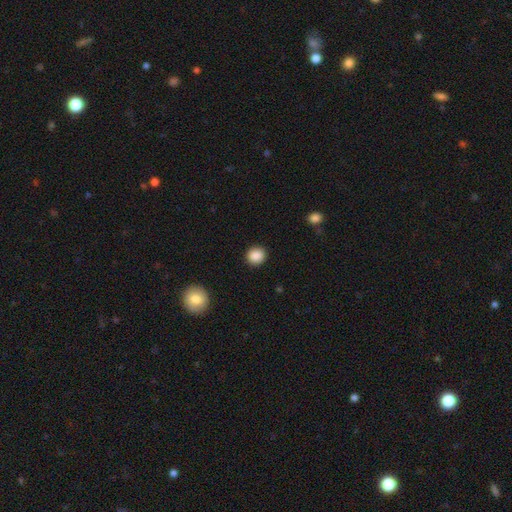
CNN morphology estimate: This appears to be a smooth galaxy with no disk features (88%) that is round (86%). Merging: none (91%).